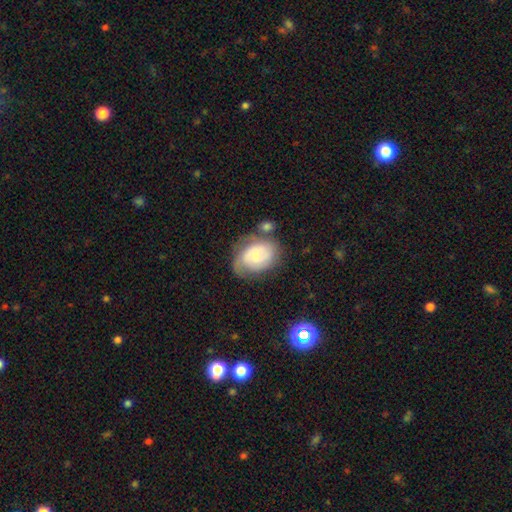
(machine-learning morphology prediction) Q: Smooth or featured?
A: featured or disk (49%); runner-up: smooth (44%)
Q: Merging?
A: none (51%); runner-up: minor disturbance (26%)